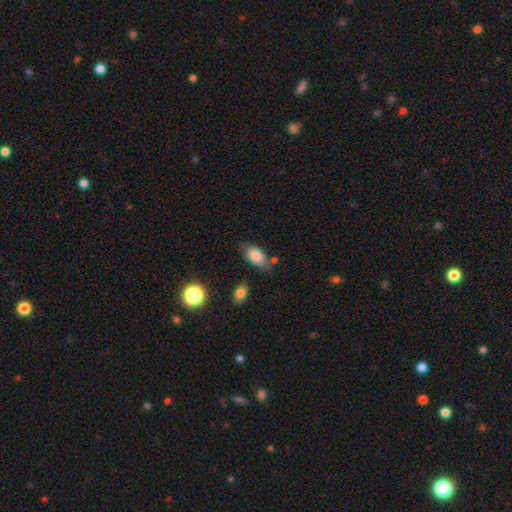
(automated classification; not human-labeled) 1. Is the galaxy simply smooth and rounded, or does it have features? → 83% smooth, 10% featured or disk, 8% star or artifact.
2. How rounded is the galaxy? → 89% in between, 9% round, 3% cigar-shaped.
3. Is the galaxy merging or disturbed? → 61% none, 25% minor disturbance, 7% merger, 7% major disturbance.